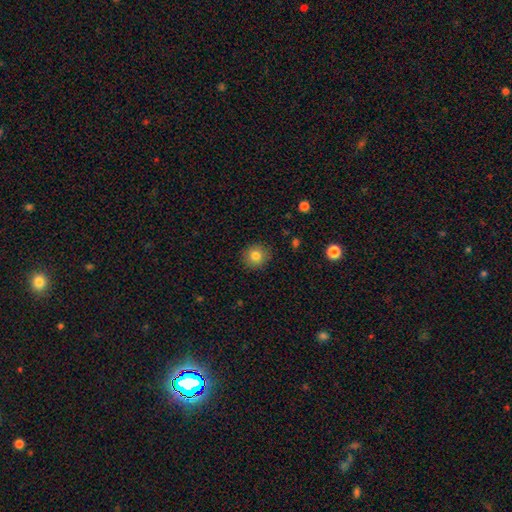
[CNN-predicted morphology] Overall: smooth (82%). How rounded: round (89%). Merging: none (89%).